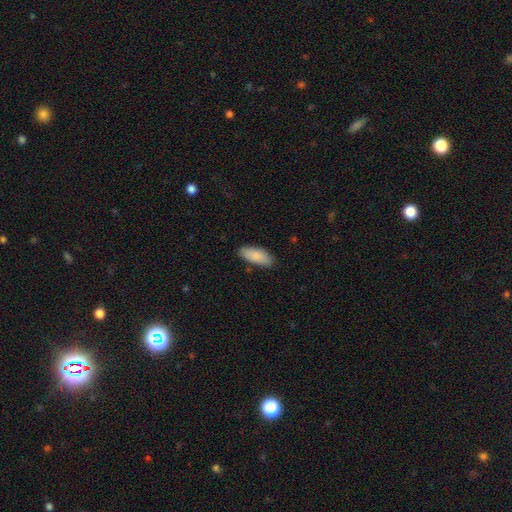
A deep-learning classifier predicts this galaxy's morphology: type=smooth (88%); roundness=in between (81%); merging=none (86%).